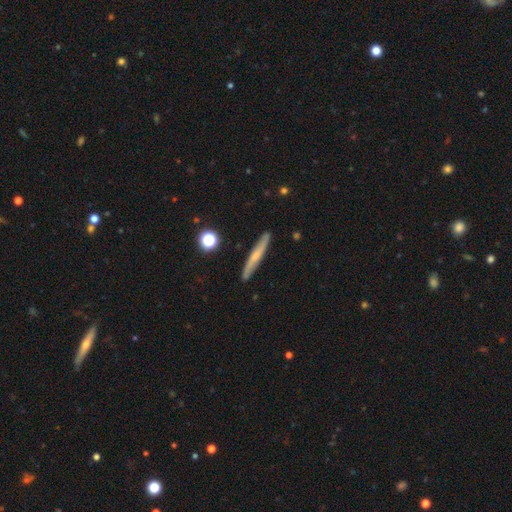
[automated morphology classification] This is possibly a featured or disk galaxy (48%). Merging: clearly none (88%).